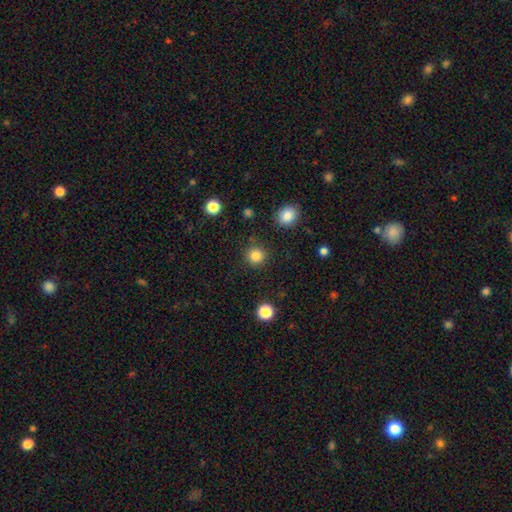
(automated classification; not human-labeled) Overall: smooth (84%). How rounded: round (94%). Merging: none (89%).